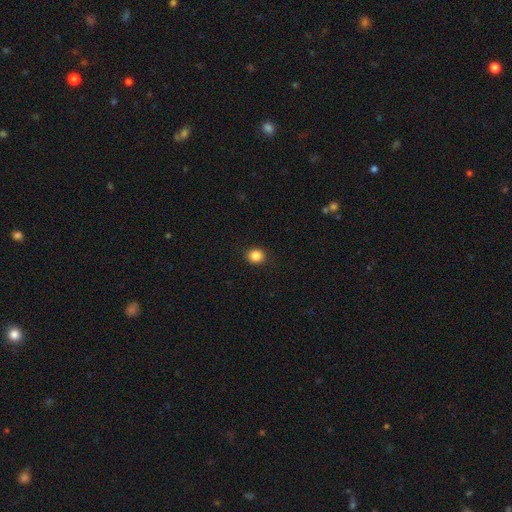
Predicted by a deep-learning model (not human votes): This is clearly a smooth galaxy (85%). How rounded: likely round (79%). Merging: clearly none (91%).